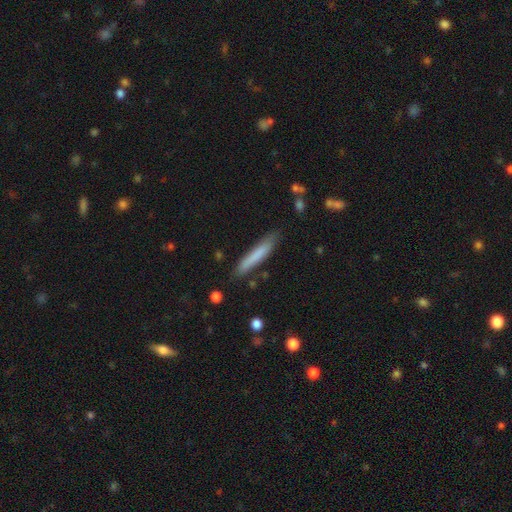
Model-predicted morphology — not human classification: This appears to be a smooth galaxy with no disk features (76%) that is cigar-shaped (93%). Merging: none (81%).